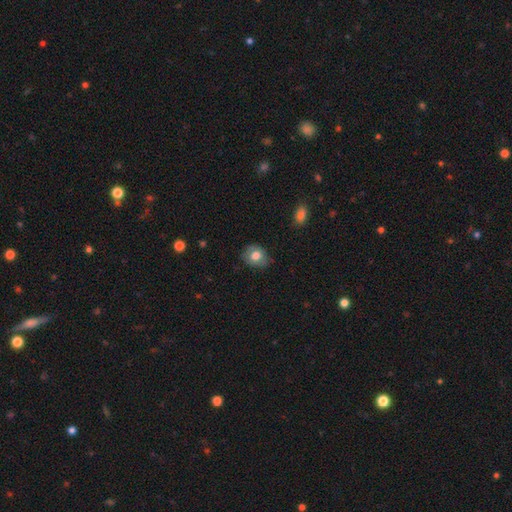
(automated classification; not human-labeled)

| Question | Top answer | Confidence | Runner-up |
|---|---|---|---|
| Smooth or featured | smooth | 73% | featured or disk (19%) |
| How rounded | round | 55% | in between (44%) |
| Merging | none | 76% | minor disturbance (19%) |